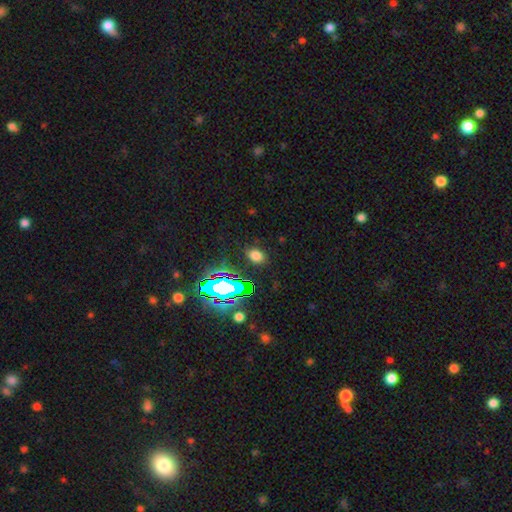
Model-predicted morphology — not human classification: smooth-or-featured: smooth: 68% | star or artifact: 25% | featured or disk: 7%
  how-rounded: in between: 69% | round: 30% | cigar-shaped: 2%
  merging: none: 85% | minor disturbance: 10% | major disturbance: 3% | merger: 2%